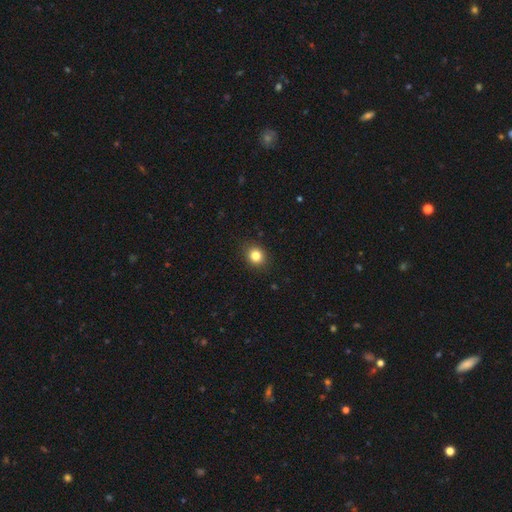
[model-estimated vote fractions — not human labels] Smooth or featured: smooth — 83% (star or artifact — 12%)
How rounded: round — 78% (in between — 21%)
Merging: none — 89% (minor disturbance — 7%)